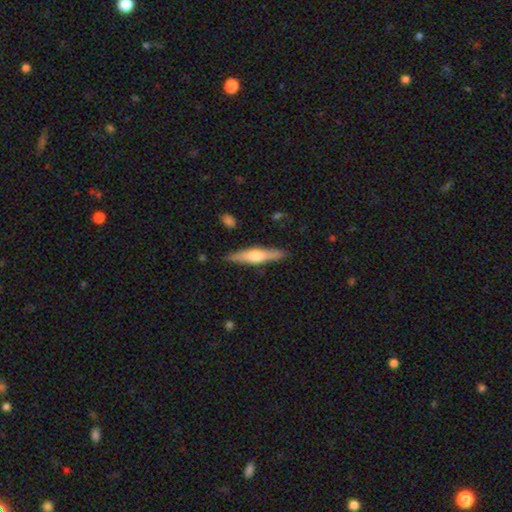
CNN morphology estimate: Overall: featured or disk (57%; smooth 37%). Edge-on disk: yes (96%). Edge-on bulge: rounded (86%). Merging: none (88%).